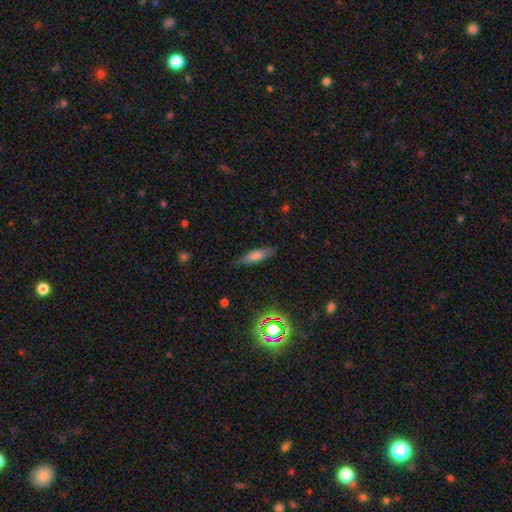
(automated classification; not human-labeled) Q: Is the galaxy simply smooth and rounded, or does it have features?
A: smooth — 64%.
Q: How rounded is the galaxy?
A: cigar-shaped — 67%.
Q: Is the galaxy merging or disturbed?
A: none — 84%.